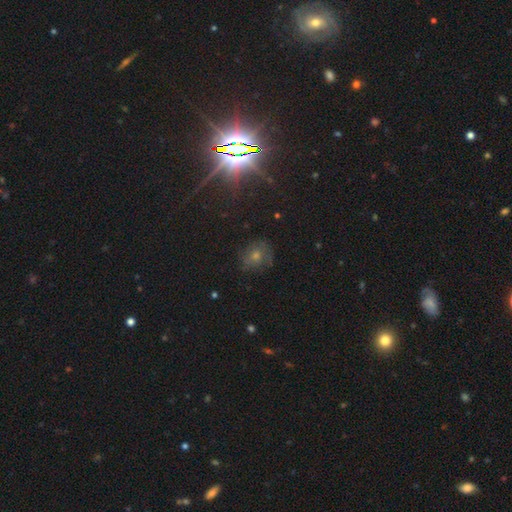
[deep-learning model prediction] Overall: star or artifact (42%; featured or disk 30%).